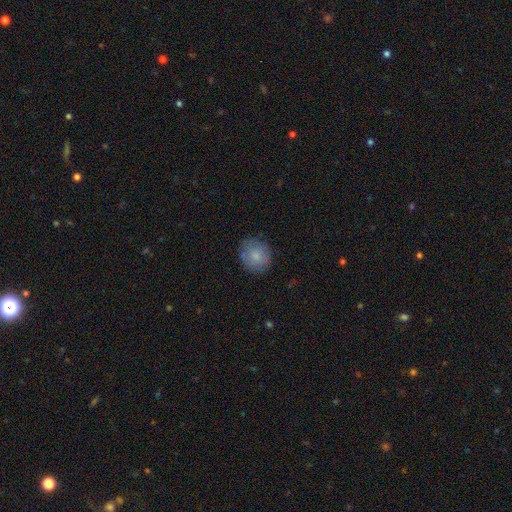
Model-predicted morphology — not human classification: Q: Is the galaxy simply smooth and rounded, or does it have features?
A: smooth — 82%.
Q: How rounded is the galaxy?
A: round — 80%.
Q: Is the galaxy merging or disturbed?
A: none — 79%.